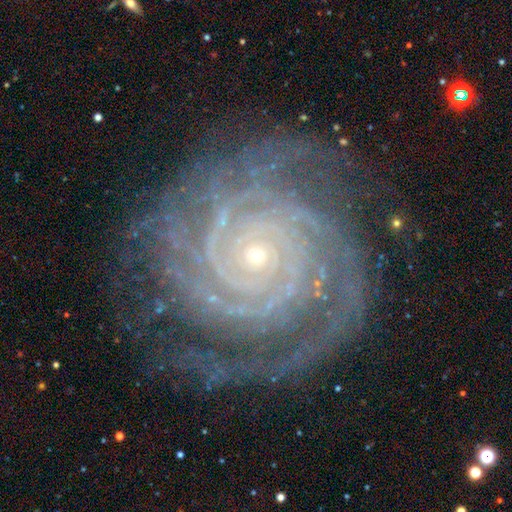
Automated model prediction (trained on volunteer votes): Smooth or featured? featured or disk (92%)
Edge-on disk? no (98%)
Bar? no (80%)
Spiral arms? yes (99%)
Spiral winding? tight (88%)
Spiral arm count? 4 (23%)
Bulge size? small (87%)
Merging? none (79%)